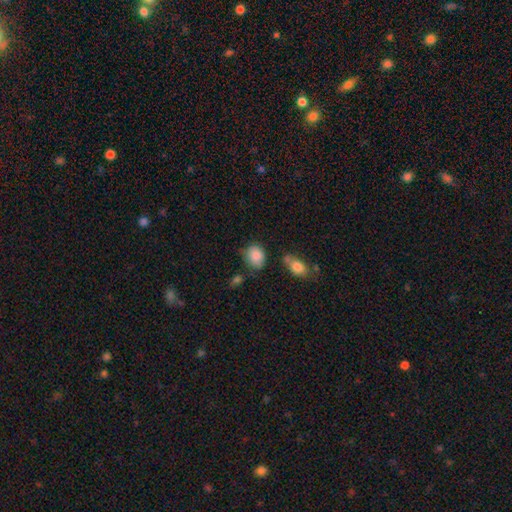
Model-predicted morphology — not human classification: Q: Smooth or featured?
A: smooth (85%); runner-up: star or artifact (8%)
Q: How rounded?
A: in between (50%); runner-up: round (49%)
Q: Merging?
A: none (58%); runner-up: minor disturbance (28%)